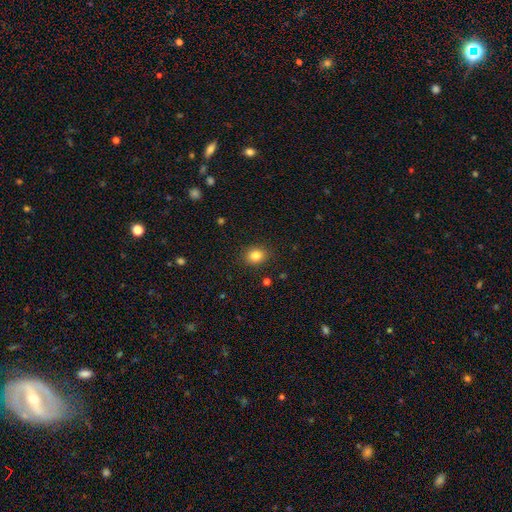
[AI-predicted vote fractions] A smooth galaxy with no disk features (83%) that is round (56%).

Vote fractions:
- Smooth or featured? smooth: 83% / star or artifact: 11% / featured or disk: 6%
- How rounded? round: 56% / in between: 43% / cigar-shaped: 1%
- Merging? none: 88% / minor disturbance: 8% / major disturbance: 2% / merger: 1%